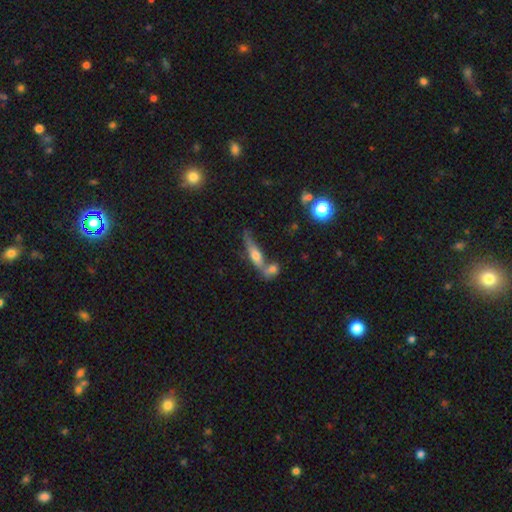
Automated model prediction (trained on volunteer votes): Smooth or featured: smooth — 47% (featured or disk — 44%)
Merging: none — 42% (merger — 36%)